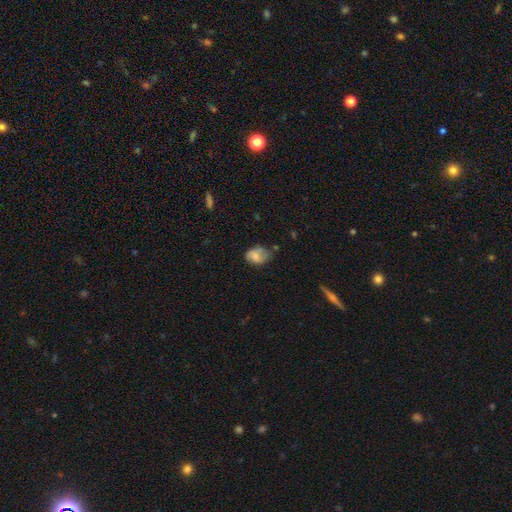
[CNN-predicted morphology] This appears to be a smooth galaxy with no disk features (71%) that is in between round and cigar-shaped (77%). Merging: none (45%).